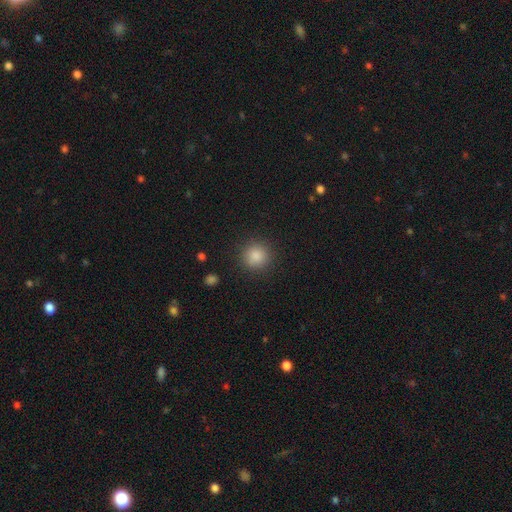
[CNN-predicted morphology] A smooth galaxy with no disk features (83%) that is round (93%). Merging: none (90%).